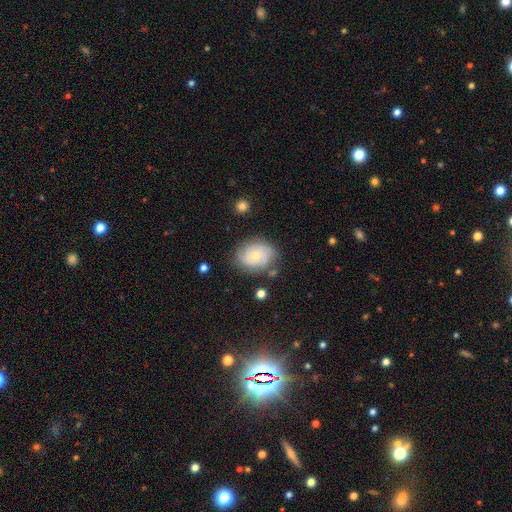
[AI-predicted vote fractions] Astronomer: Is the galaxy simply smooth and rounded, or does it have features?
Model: featured or disk — 62%.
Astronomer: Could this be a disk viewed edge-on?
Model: no — 97%.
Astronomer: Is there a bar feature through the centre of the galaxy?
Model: no — 80%.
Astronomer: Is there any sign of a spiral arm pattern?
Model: yes — 88%.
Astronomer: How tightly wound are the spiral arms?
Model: tight — 55% (runner-up: medium, 34%).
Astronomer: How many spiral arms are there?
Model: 2 — 31%, tied with can't tell at 31%.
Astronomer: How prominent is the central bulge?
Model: small — 63%.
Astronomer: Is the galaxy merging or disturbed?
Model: none — 75%.